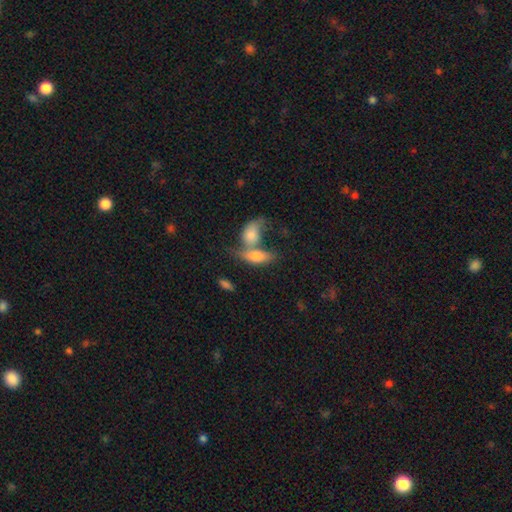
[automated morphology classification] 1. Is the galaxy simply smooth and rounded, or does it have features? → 45% smooth, 43% featured or disk, 13% star or artifact.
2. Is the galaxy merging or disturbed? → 59% merger, 27% none, 8% minor disturbance, 6% major disturbance.